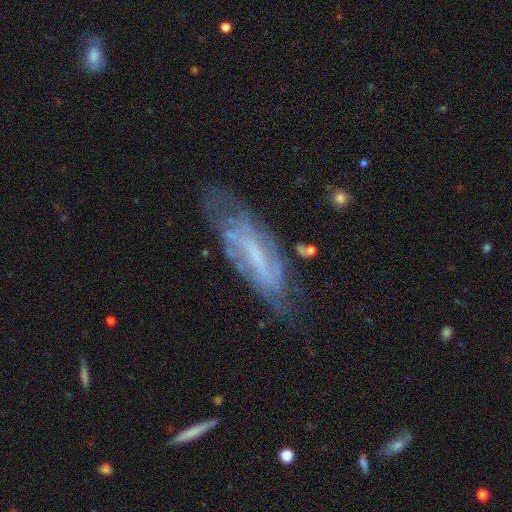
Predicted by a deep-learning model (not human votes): A featured or disk galaxy (66%). Merging: none (58%).